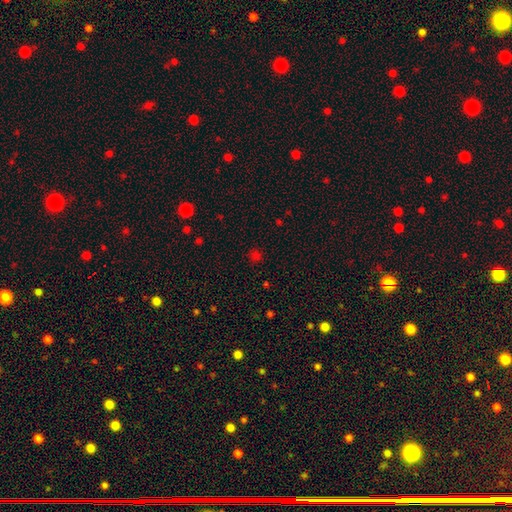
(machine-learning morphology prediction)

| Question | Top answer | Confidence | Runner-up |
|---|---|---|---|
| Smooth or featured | smooth | 63% | star or artifact (32%) |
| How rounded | round | 85% | in between (14%) |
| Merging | none | 83% | minor disturbance (11%) |